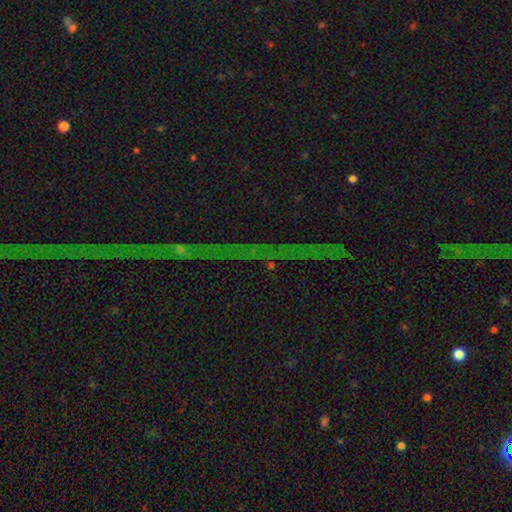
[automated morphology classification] type=star or artifact (78%).